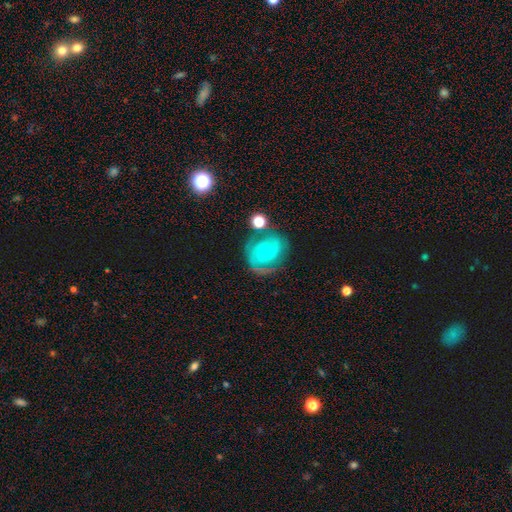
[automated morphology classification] type=featured or disk (77%); edge-on=no (98%); bar=no (62%); spiral arms=yes (92%); winding=tight (44%); arm count=2 (60%); bulge=small (77%); merging=none (62%).